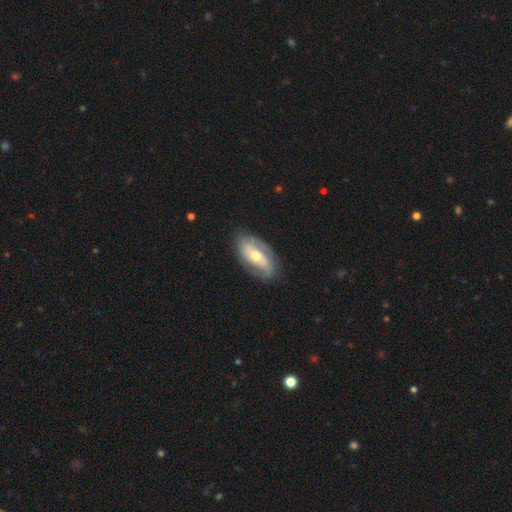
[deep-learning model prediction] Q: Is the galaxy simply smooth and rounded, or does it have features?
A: featured or disk — 73%.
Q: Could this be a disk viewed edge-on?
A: no — 93%.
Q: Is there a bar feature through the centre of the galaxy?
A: no — 44%.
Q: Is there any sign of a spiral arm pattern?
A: yes — 85%.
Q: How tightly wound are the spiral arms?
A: medium — 40%.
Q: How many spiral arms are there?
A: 2 — 77%.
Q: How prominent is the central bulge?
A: moderate — 60%.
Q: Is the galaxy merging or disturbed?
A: none — 78%.